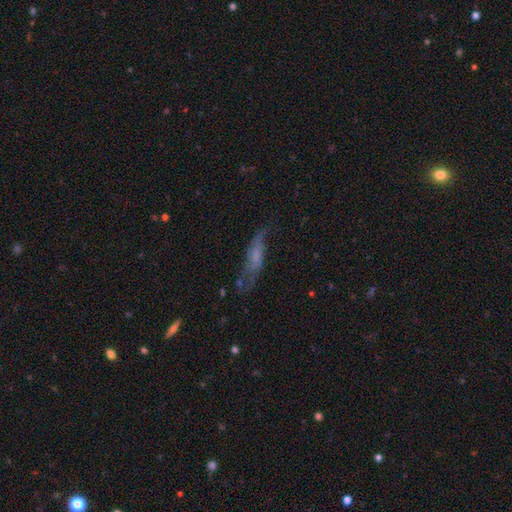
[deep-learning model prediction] Overall: featured or disk (52%; smooth 37%). Edge-on disk: no (67%; yes 33%). Merging: none (49%; minor disturbance 26%).